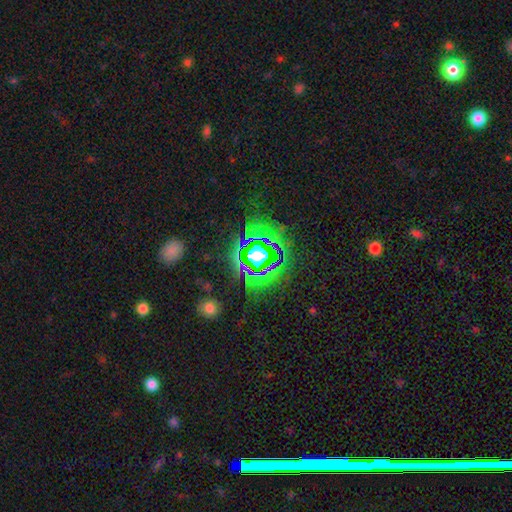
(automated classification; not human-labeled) This is likely a star or artifact rather than a galaxy (72%).